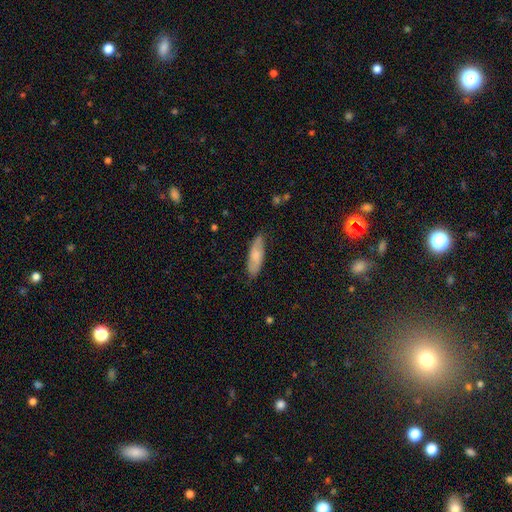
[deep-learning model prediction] A smooth galaxy with no disk features (66%) that is in between round and cigar-shaped (52%).

Vote fractions:
- Smooth or featured? smooth: 66% / featured or disk: 28% / star or artifact: 6%
- How rounded? in between: 52% / cigar-shaped: 46% / round: 2%
- Merging? none: 81% / minor disturbance: 15% / major disturbance: 3% / merger: 1%